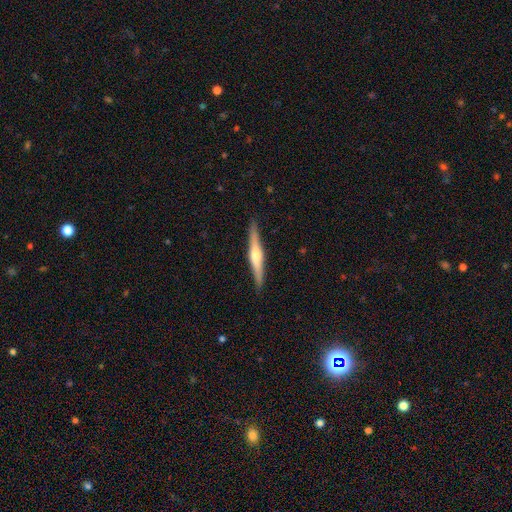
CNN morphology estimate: The model was most divided on "smooth or featured": featured or disk: 70%, smooth: 25%, star or artifact: 5%. More confident: edge-on disk — yes (98%); merging — none (90%); edge-on bulge — rounded (86%).